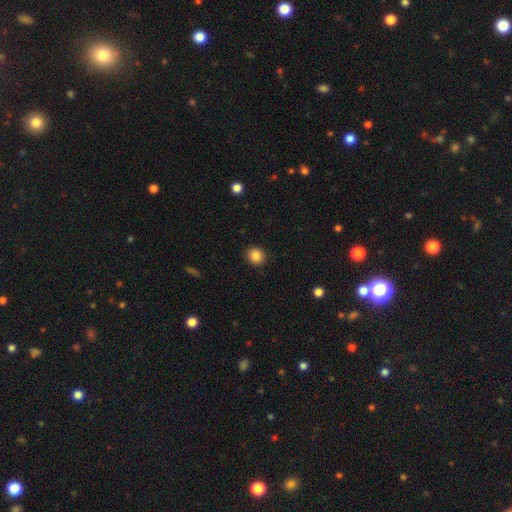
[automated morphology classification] type=smooth (86%); roundness=round (83%); merging=none (91%).